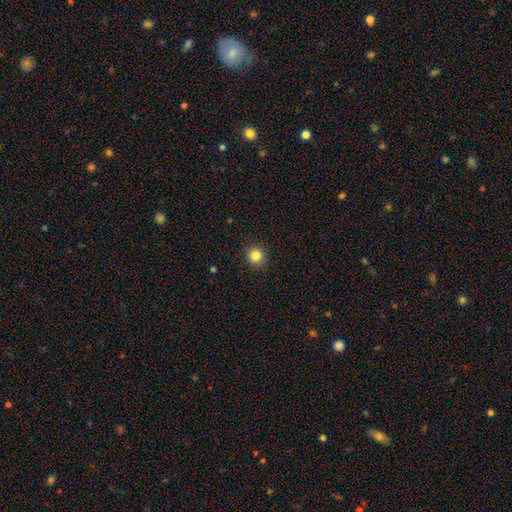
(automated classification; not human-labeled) The model was most divided on "smooth or featured": smooth: 84%, star or artifact: 11%, featured or disk: 5%. More confident: merging — none (92%); how rounded — round (91%).